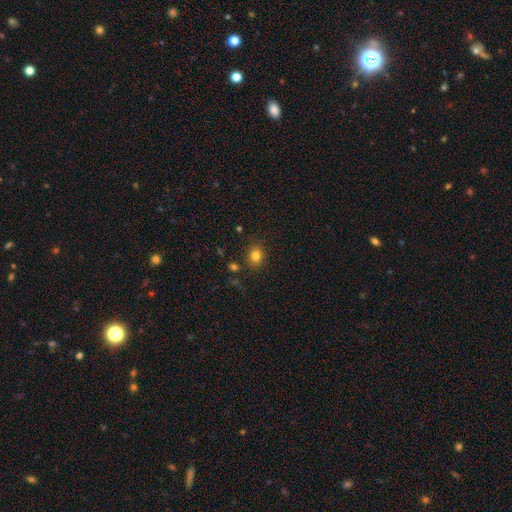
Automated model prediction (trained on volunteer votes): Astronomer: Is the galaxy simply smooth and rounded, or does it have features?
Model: smooth — 81%.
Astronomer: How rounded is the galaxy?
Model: round — 67%.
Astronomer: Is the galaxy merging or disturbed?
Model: none — 84%.